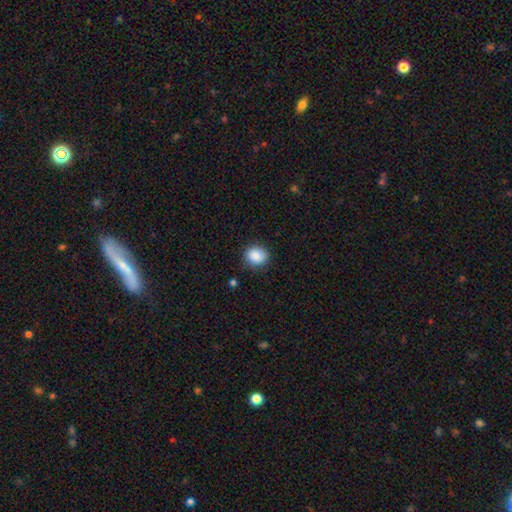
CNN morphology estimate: smooth_or_featured: smooth (p=0.88) [alt: star or artifact p=0.08]
how_rounded: round (p=0.73) [alt: in between p=0.26]
merging: none (p=0.83) [alt: minor disturbance p=0.12]